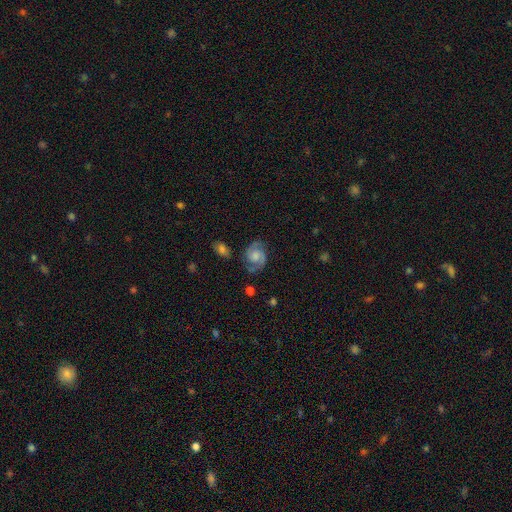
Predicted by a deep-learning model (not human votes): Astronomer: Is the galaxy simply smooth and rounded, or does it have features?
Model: featured or disk — 77%.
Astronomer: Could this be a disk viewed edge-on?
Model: no — 98%.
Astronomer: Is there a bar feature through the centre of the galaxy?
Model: no — 60%.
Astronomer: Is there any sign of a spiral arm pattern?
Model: yes — 96%.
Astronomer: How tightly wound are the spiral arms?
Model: medium — 52% (runner-up: tight, 31%).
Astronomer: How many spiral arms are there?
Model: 2 — 90%.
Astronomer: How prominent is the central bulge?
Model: moderate — 35% (runner-up: small, 25%).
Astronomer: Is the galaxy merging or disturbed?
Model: none — 73%.